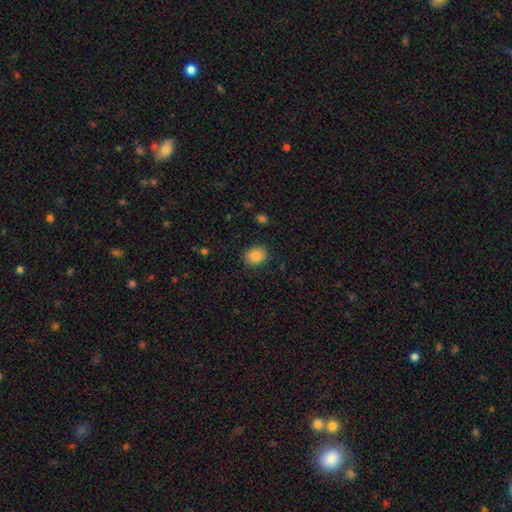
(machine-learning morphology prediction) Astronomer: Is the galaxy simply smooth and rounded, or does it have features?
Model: smooth — 83%.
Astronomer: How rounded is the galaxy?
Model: round — 61% (runner-up: in between, 39%).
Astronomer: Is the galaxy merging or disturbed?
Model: none — 86%.